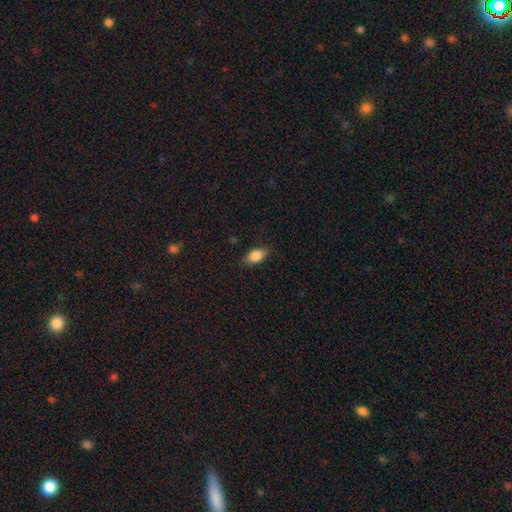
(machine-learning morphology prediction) Q: Smooth or featured?
A: smooth (84%); runner-up: featured or disk (8%)
Q: How rounded?
A: in between (87%); runner-up: round (7%)
Q: Merging?
A: none (81%); runner-up: minor disturbance (15%)